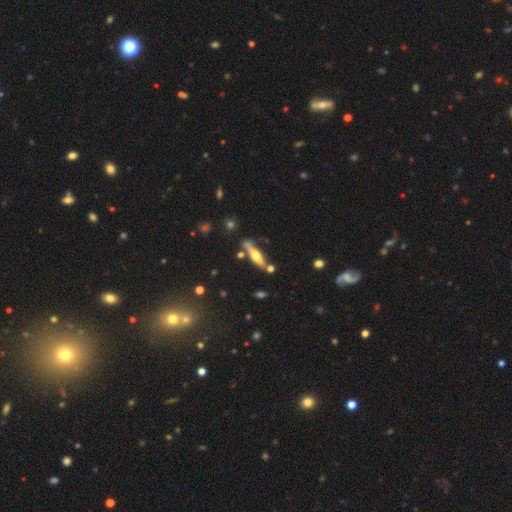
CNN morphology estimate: This appears to be a featured or disk galaxy (54%) viewed edge-on (87%). Merging: none (69%).